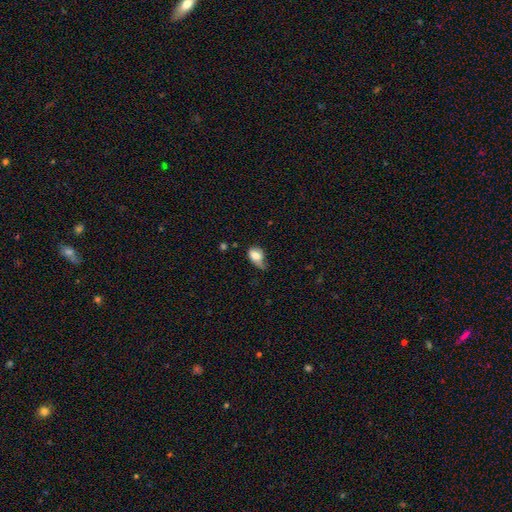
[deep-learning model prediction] smooth 74%, featured or disk 18%, star or artifact 8%. Down the decision tree: how rounded — in between (82%); merging — minor disturbance (44%).